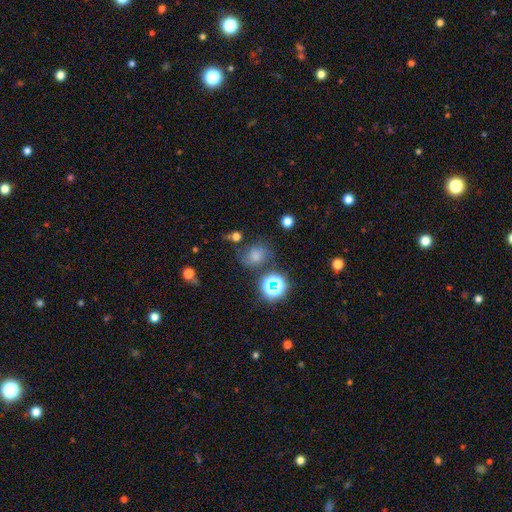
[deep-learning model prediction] smooth_or_featured: smooth (p=0.63) [alt: star or artifact p=0.24]
how_rounded: round (p=0.59) [alt: in between p=0.40]
merging: none (p=0.62) [alt: minor disturbance p=0.21]